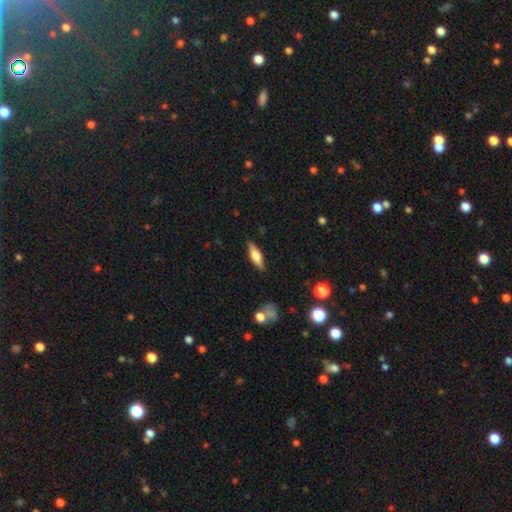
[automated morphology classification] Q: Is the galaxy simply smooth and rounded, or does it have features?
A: smooth — 54%.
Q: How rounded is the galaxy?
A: in between — 52%.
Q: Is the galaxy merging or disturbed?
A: none — 85%.